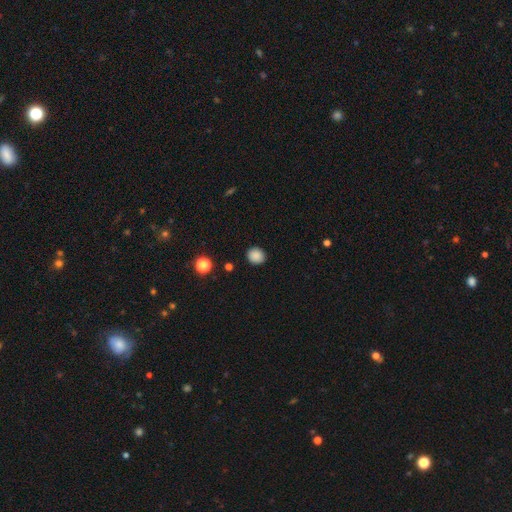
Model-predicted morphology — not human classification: Smooth or featured? Predicted: smooth (p=0.87). How rounded? Predicted: round (p=0.80). Merging? Predicted: none (p=0.89).